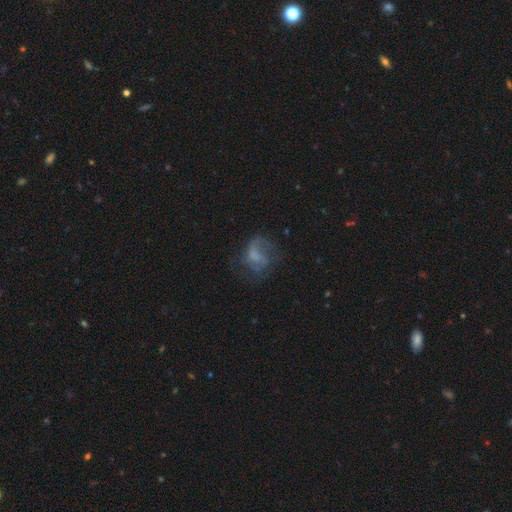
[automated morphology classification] A featured or disk galaxy (49%). Merging: none (43%).